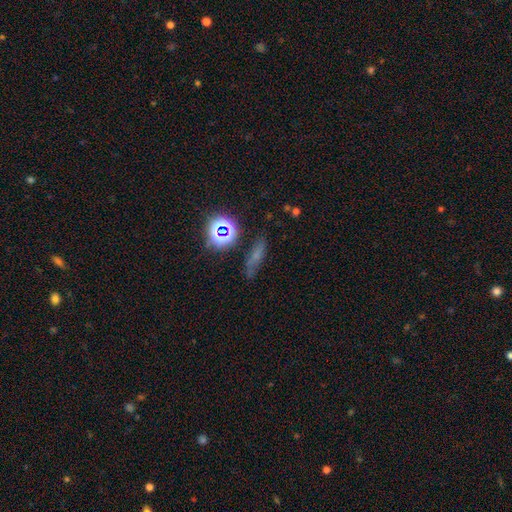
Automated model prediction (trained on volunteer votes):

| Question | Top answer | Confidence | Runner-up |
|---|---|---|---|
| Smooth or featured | smooth | 48% | star or artifact (30%) |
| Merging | none | 72% | minor disturbance (18%) |